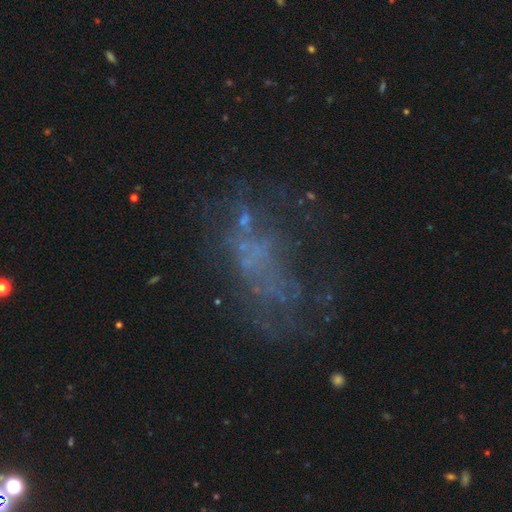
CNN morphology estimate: Smooth or featured?
  - featured or disk: 49% *
  - star or artifact: 28%
  - smooth: 22%
Merging?
  - none: 43% *
  - major disturbance: 33%
  - minor disturbance: 18%
  - merger: 6%